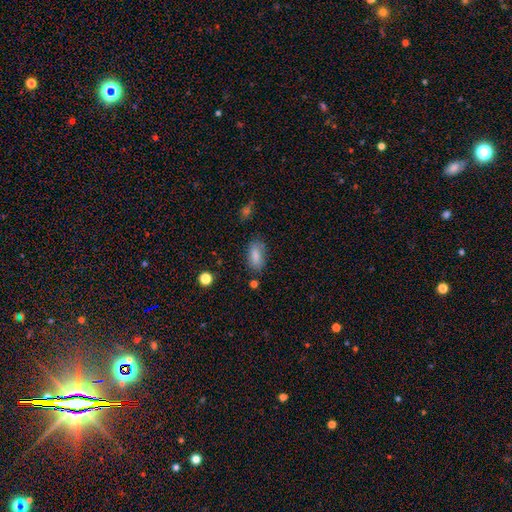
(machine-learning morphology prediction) smooth_or_featured: smooth (p=0.85) [alt: star or artifact p=0.08]
how_rounded: in between (p=0.89) [alt: cigar-shaped p=0.08]
merging: none (p=0.73) [alt: minor disturbance p=0.18]